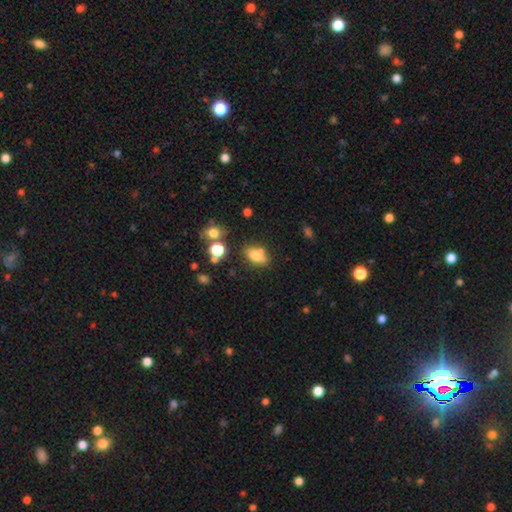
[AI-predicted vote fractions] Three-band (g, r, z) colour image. It shows a smooth galaxy with no disk features (69%) that is in between round and cigar-shaped (77%). Merging: none (51%).